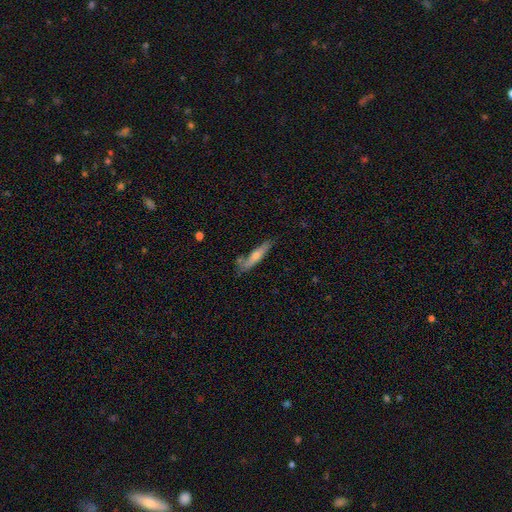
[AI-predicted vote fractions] smooth 50%, featured or disk 43%, star or artifact 7%. Down the decision tree: how rounded — cigar-shaped (87%); merging — none (72%).